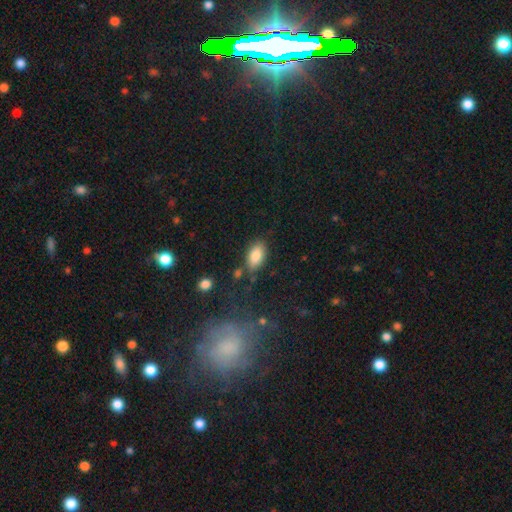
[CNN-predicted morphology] Overall: smooth (84%). How rounded: in between (91%). Merging: none (76%).